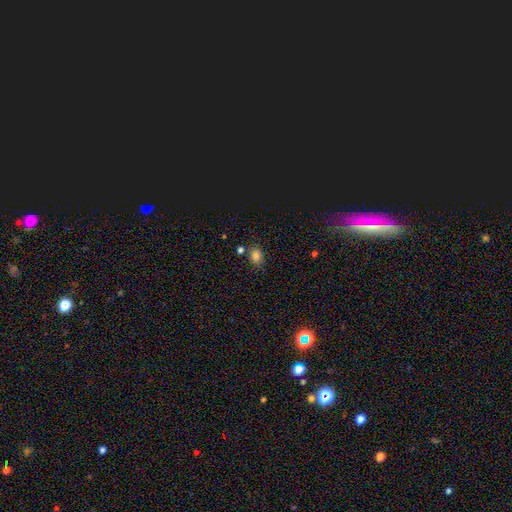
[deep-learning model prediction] This is likely a smooth galaxy (79%). How rounded: possibly in between (54%). Merging: likely none (75%).